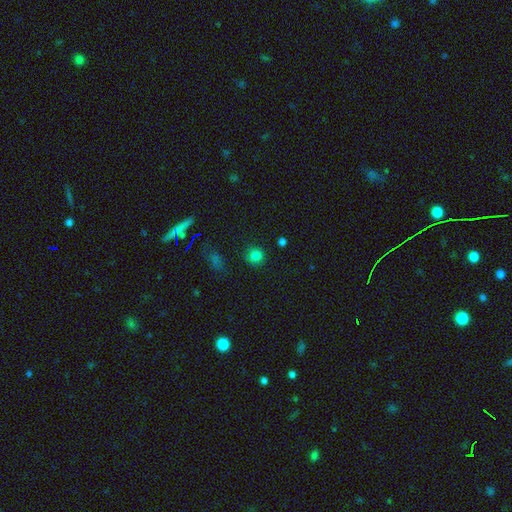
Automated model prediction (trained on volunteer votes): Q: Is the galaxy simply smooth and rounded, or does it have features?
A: smooth — 79%.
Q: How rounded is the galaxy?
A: round — 85%.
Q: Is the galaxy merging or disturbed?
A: none — 81%.